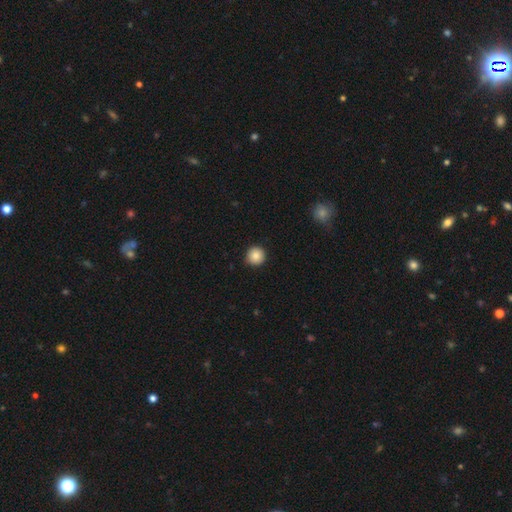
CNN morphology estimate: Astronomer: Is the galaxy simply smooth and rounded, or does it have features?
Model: smooth — 86%.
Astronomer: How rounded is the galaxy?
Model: round — 95%.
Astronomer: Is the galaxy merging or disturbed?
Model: none — 91%.